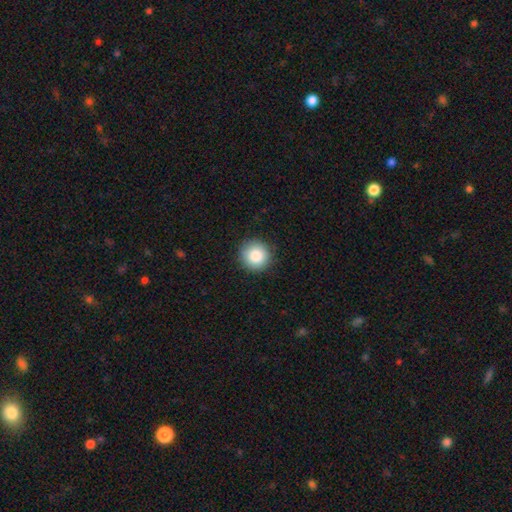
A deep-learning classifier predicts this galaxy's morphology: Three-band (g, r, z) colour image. It shows a smooth galaxy with no disk features (86%) that is round (95%). Merging: none (90%).